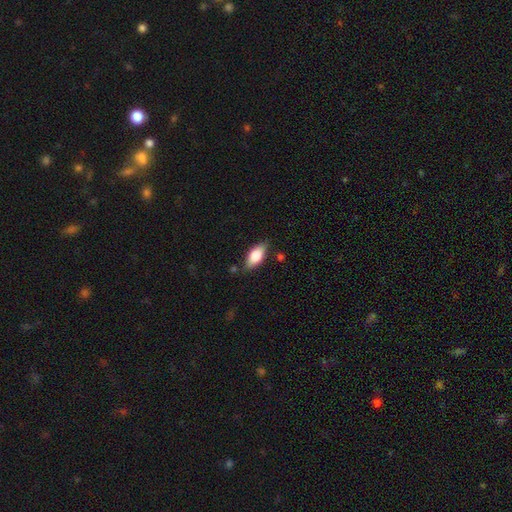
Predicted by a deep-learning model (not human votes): The model was most divided on "merging": none: 76%, minor disturbance: 17%, major disturbance: 4%, merger: 3%. More confident: how rounded — in between (87%); smooth or featured — smooth (78%).